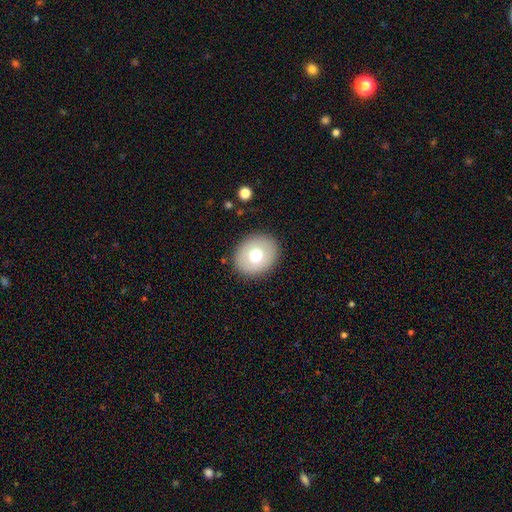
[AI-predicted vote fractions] The model was most divided on "how rounded": round: 65%, in between: 34%, cigar-shaped: 1%. More confident: merging — none (88%); smooth or featured — smooth (69%).